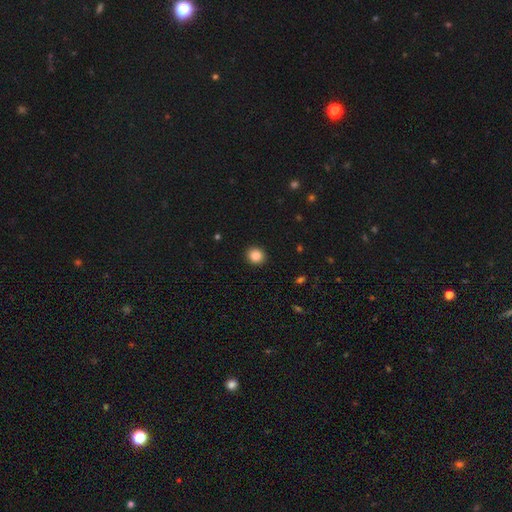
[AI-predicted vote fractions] This appears to be a smooth galaxy with no disk features (85%) that is round (86%). Merging: none (93%).